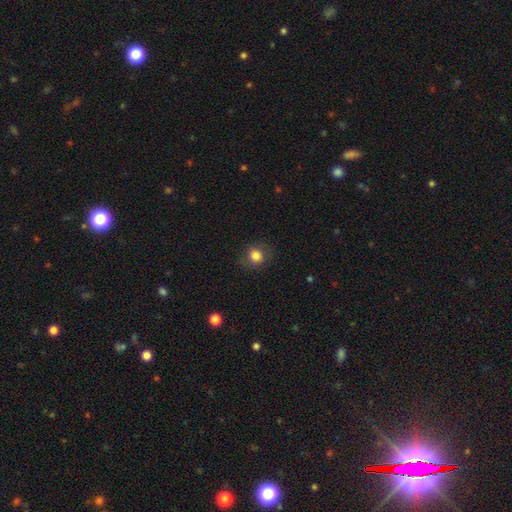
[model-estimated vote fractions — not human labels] Smooth or featured?
  - smooth: 81% *
  - star or artifact: 10%
  - featured or disk: 8%
How rounded?
  - round: 75% *
  - in between: 24%
  - cigar-shaped: 1%
Merging?
  - none: 79% *
  - minor disturbance: 14%
  - major disturbance: 6%
  - merger: 1%